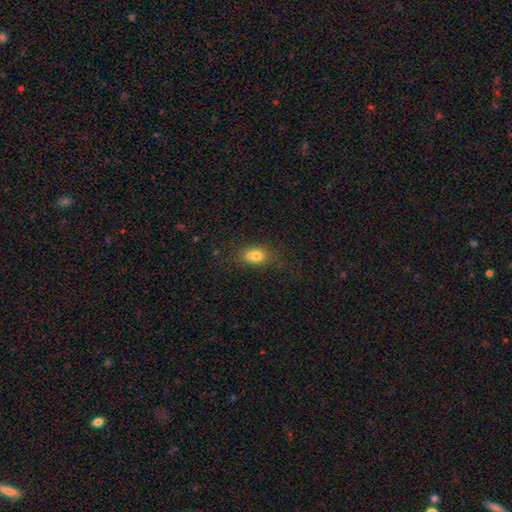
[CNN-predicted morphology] The model was most divided on "how rounded": in between: 50%, round: 47%, cigar-shaped: 2%. Remaining: smooth or featured — smooth (70%); merging — merger (49%).